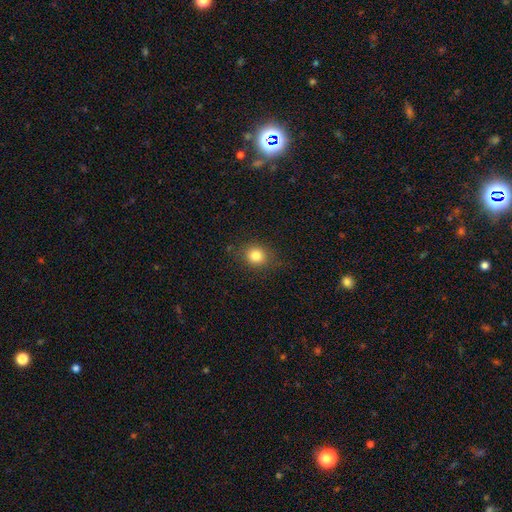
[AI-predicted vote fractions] A smooth galaxy with no disk features (81%) that is round (77%).

Vote fractions:
- Smooth or featured? smooth: 81% / star or artifact: 12% / featured or disk: 7%
- How rounded? round: 77% / in between: 22% / cigar-shaped: 1%
- Merging? none: 83% / minor disturbance: 12% / major disturbance: 4% / merger: 1%